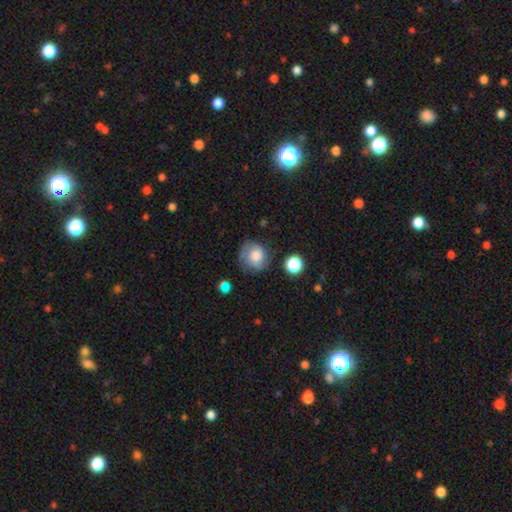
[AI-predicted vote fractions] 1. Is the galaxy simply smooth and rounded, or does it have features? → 62% smooth, 28% featured or disk, 10% star or artifact.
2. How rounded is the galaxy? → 82% round, 17% in between, 1% cigar-shaped.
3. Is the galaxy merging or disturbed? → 66% none, 22% minor disturbance, 9% major disturbance, 3% merger.